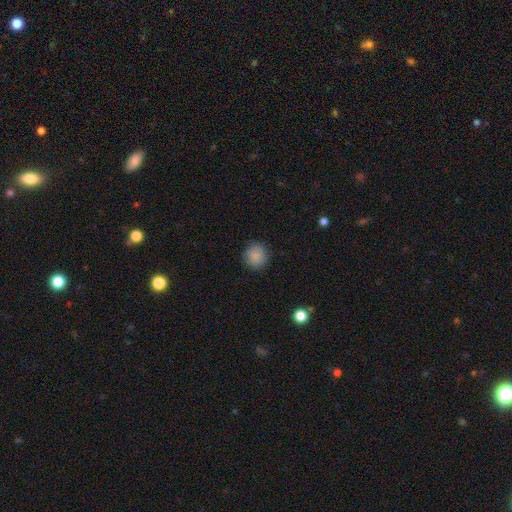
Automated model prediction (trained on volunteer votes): Smooth or featured: smooth — 86% (star or artifact — 9%)
How rounded: round — 91% (in between — 8%)
Merging: none — 85% (minor disturbance — 11%)